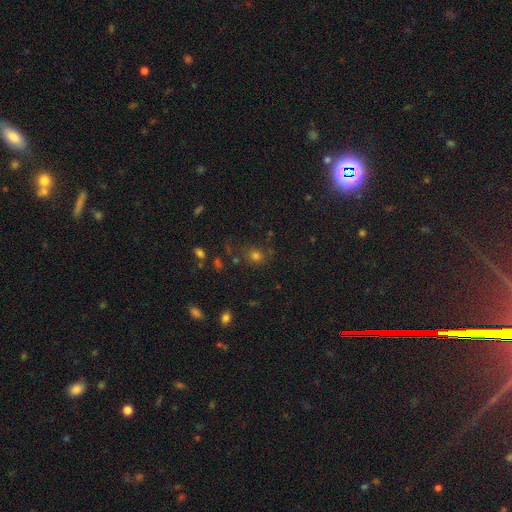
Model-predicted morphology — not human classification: type=smooth (69%); roundness=round (78%); merging=none (71%).